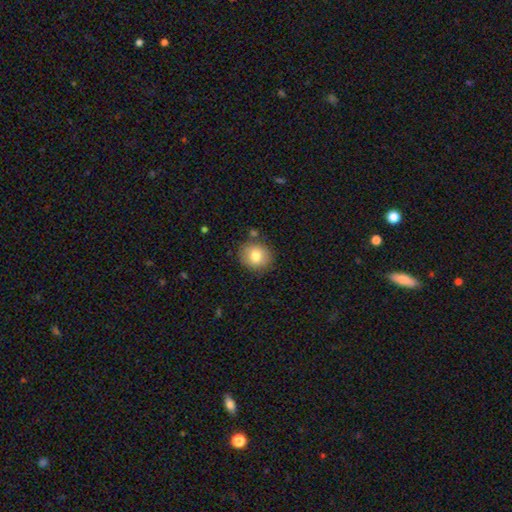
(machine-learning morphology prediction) Smooth or featured?
  - smooth: 79% *
  - featured or disk: 12%
  - star or artifact: 9%
How rounded?
  - round: 74% *
  - in between: 25%
  - cigar-shaped: 1%
Merging?
  - none: 82% *
  - minor disturbance: 12%
  - merger: 4%
  - major disturbance: 3%